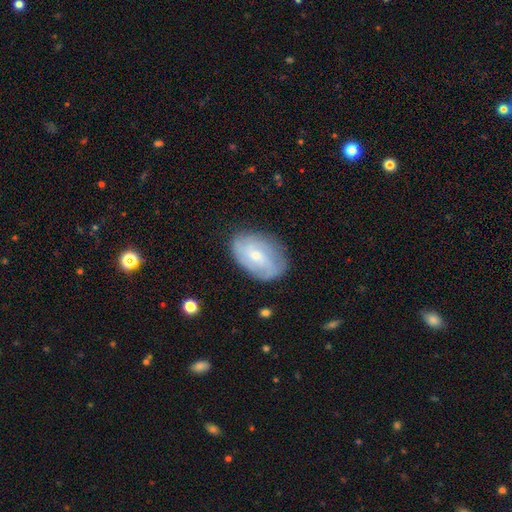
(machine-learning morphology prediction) This is likely a featured or disk galaxy (62%). It is clearly not viewed edge-on (96%). Bar: possibly no (53%). Spiral arm pattern: clearly yes (84%). Central bulge: possibly small (59%). Merging: likely none (76%).